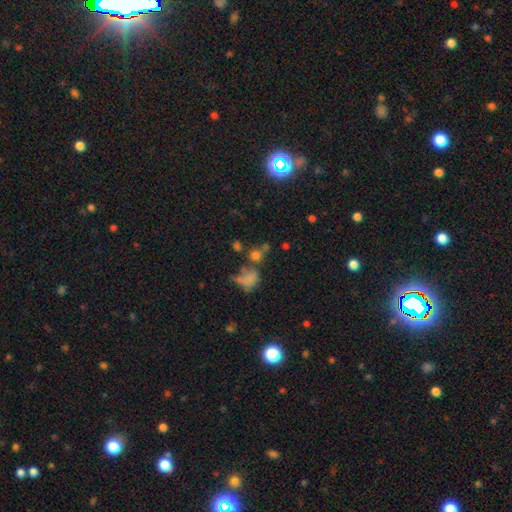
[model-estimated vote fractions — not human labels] Smooth or featured? smooth (50%)
Merging? none (41%)